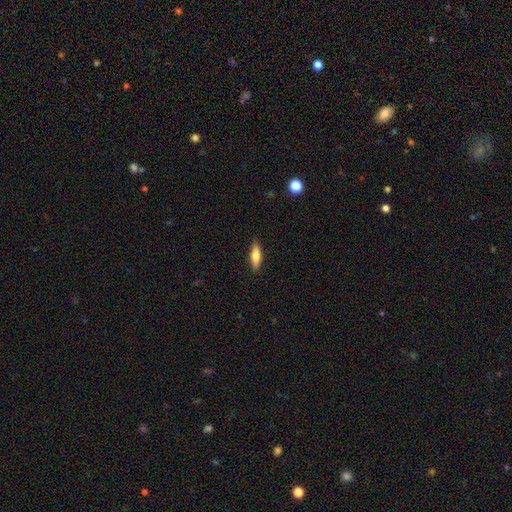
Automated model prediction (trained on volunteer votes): A smooth galaxy with no disk features (70%) that is cigar-shaped (52%).

Vote fractions:
- Smooth or featured? smooth: 70% / featured or disk: 24% / star or artifact: 6%
- How rounded? cigar-shaped: 52% / in between: 46% / round: 2%
- Merging? none: 88% / minor disturbance: 9% / major disturbance: 2% / merger: 1%